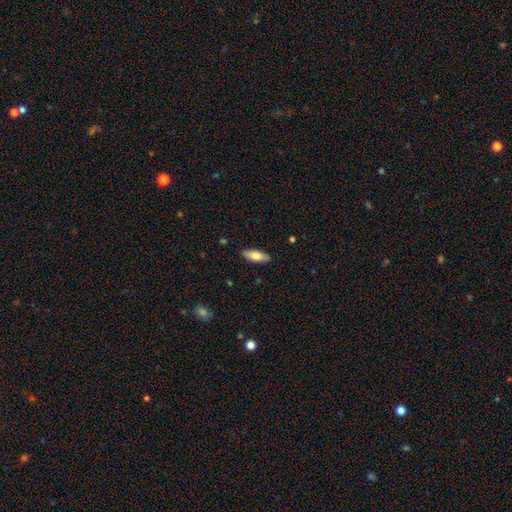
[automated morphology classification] This is likely a smooth galaxy (75%). How rounded: likely in between (73%). Merging: clearly none (88%).